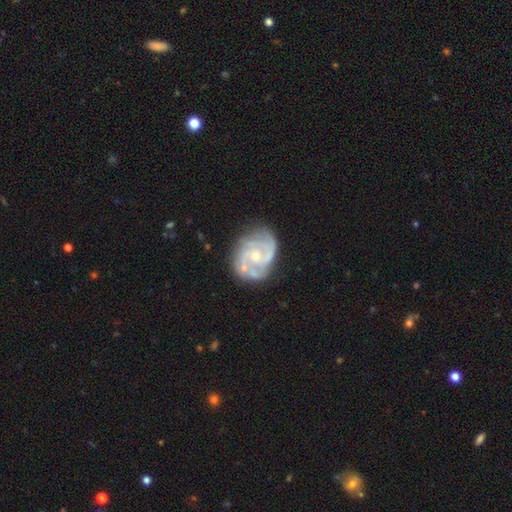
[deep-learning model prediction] smooth-or-featured: featured or disk: 87% | smooth: 8% | star or artifact: 5%
  disk-edge-on: no: 98% | yes: 2%
    bar: no: 64% | weak: 30% | strong: 6%
    has-spiral-arms: yes: 95% | no: 5%
      spiral-winding: medium: 46% | tight: 41% | loose: 12%
      spiral-arm-count: 2: 44% | 3: 29% | can't tell: 14% | 4: 6% | 1: 4% | more than 4: 3%
    bulge-size: small: 63% | moderate: 33% | none: 2% | large: 1% | dominant: 1%
  merging: none: 63% | minor disturbance: 22% | major disturbance: 9% | merger: 7%